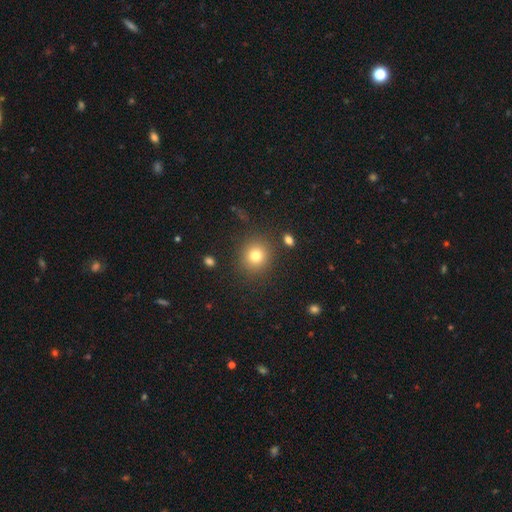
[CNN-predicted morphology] Q: Smooth or featured?
A: smooth (80%); runner-up: star or artifact (12%)
Q: How rounded?
A: round (87%); runner-up: in between (12%)
Q: Merging?
A: none (87%); runner-up: minor disturbance (8%)